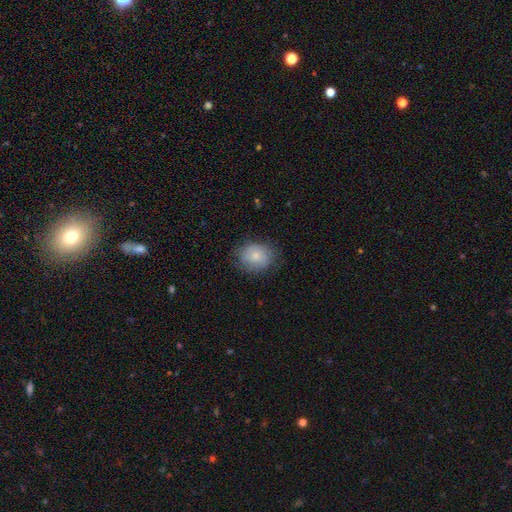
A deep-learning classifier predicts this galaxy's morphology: Smooth or featured? smooth (78%)
How rounded? round (50%)
Merging? none (76%)